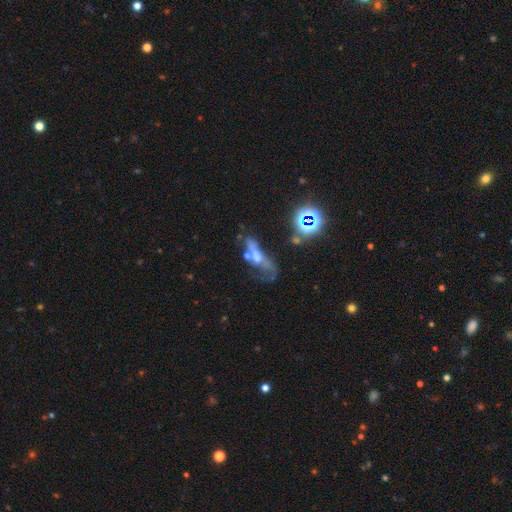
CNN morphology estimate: Q: Smooth or featured?
A: featured or disk (46%); runner-up: smooth (34%)
Q: Merging?
A: major disturbance (34%); runner-up: merger (30%)